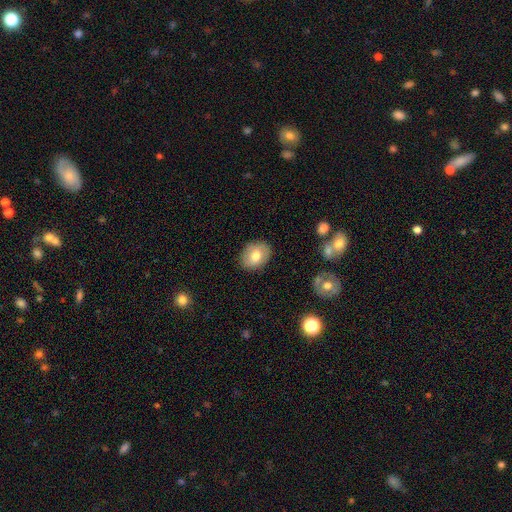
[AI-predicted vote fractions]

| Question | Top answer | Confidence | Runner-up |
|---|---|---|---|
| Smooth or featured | smooth | 71% | featured or disk (22%) |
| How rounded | in between | 57% | round (42%) |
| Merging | none | 85% | minor disturbance (11%) |